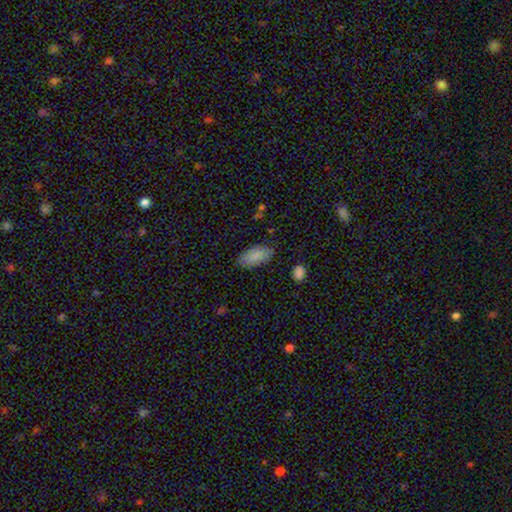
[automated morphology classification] A smooth galaxy with no disk features (86%) that is in between round and cigar-shaped (91%).

Vote fractions:
- Smooth or featured? smooth: 86% / featured or disk: 7% / star or artifact: 7%
- How rounded? in between: 91% / cigar-shaped: 7% / round: 2%
- Merging? none: 84% / minor disturbance: 12% / major disturbance: 3% / merger: 1%